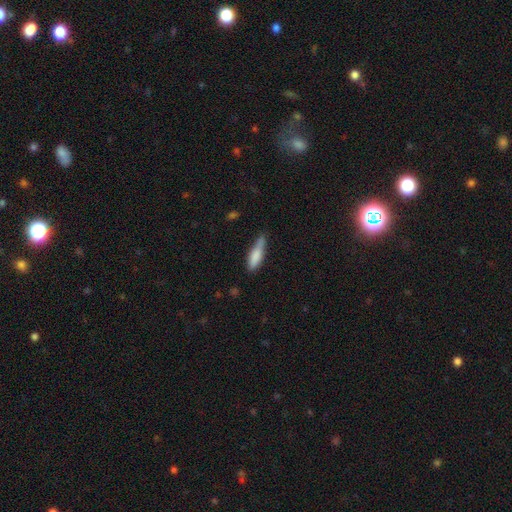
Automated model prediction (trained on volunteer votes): A smooth galaxy with no disk features (79%) that is cigar-shaped (59%).

Vote fractions:
- Smooth or featured? smooth: 79% / featured or disk: 14% / star or artifact: 6%
- How rounded? cigar-shaped: 59% / in between: 39% / round: 2%
- Merging? none: 53% / minor disturbance: 35% / major disturbance: 8% / merger: 4%